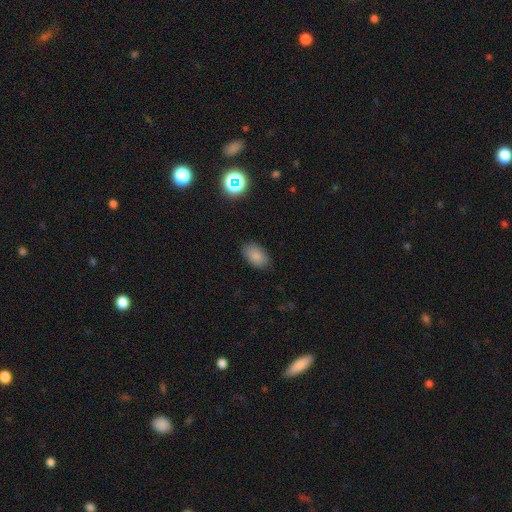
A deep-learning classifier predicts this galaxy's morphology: Smooth or featured: smooth — 82% (star or artifact — 10%)
How rounded: in between — 91% (round — 8%)
Merging: none — 86% (minor disturbance — 11%)